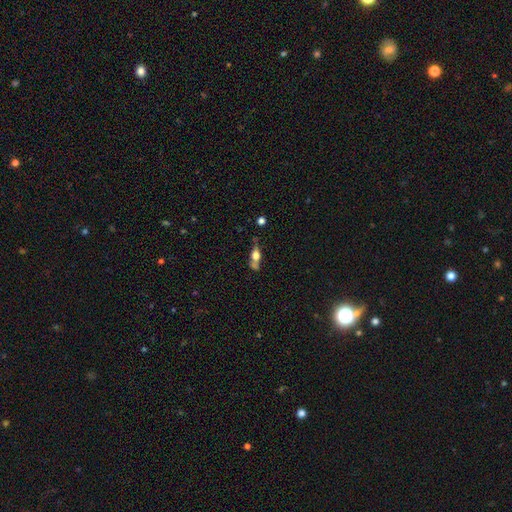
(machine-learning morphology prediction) Overall: smooth (45%, tied with featured or disk). Merging: none (51%; merger 21%).